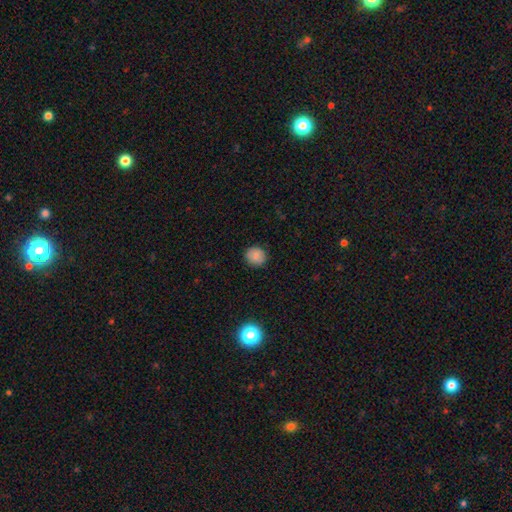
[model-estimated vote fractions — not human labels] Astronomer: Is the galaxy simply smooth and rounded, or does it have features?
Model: smooth — 86%.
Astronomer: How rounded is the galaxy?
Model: round — 88%.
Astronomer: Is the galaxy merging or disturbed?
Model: none — 89%.